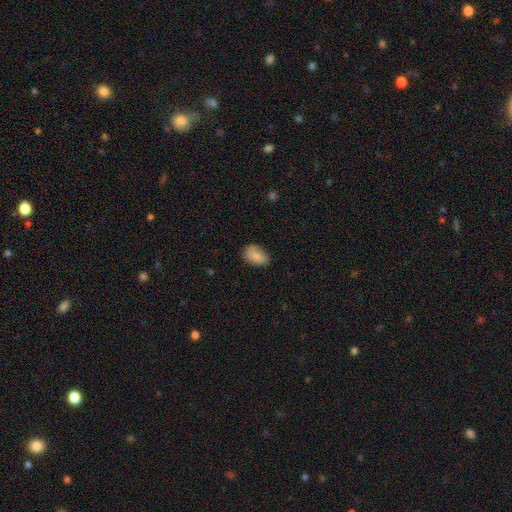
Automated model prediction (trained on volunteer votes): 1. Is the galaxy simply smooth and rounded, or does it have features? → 86% smooth, 8% star or artifact, 6% featured or disk.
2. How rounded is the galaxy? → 87% in between, 12% round, 1% cigar-shaped.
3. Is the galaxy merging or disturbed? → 74% none, 21% minor disturbance, 4% major disturbance, 1% merger.